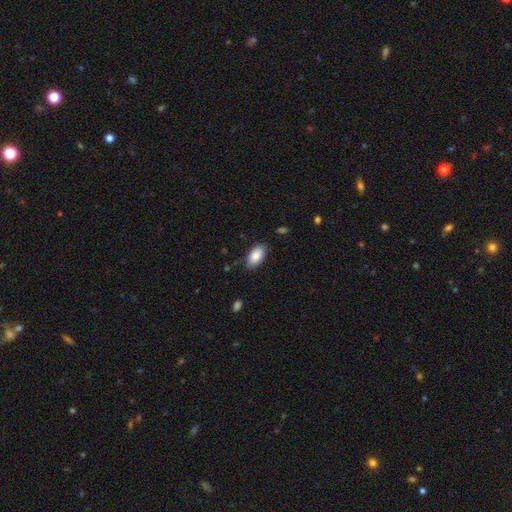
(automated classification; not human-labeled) This is clearly a smooth galaxy (88%). How rounded: clearly in between (94%). Merging: clearly none (82%).